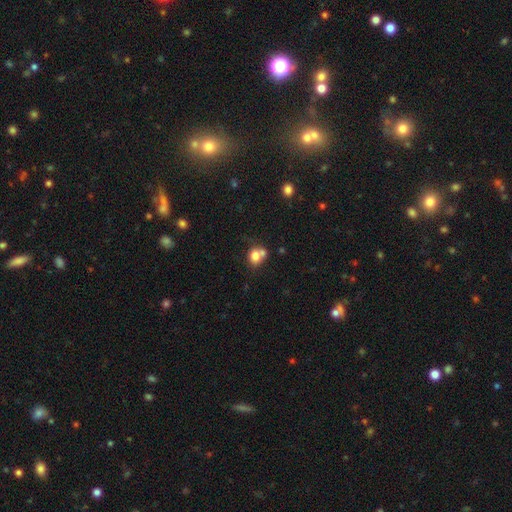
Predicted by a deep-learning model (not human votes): Smooth or featured? smooth (77%)
How rounded? round (65%)
Merging? merger (45%)